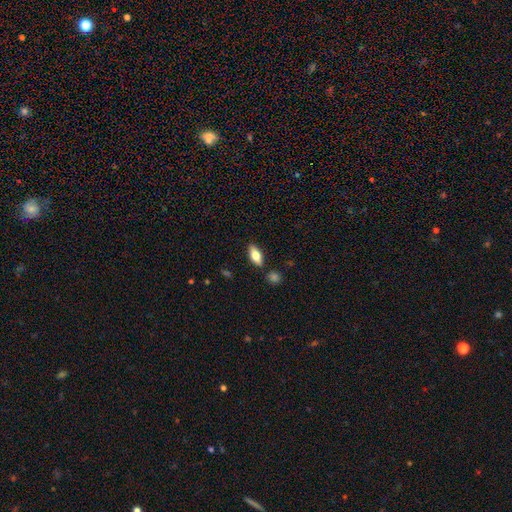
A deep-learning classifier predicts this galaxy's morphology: This appears to be a smooth galaxy with no disk features (67%) that is in between round and cigar-shaped (79%). Merging: none (85%).